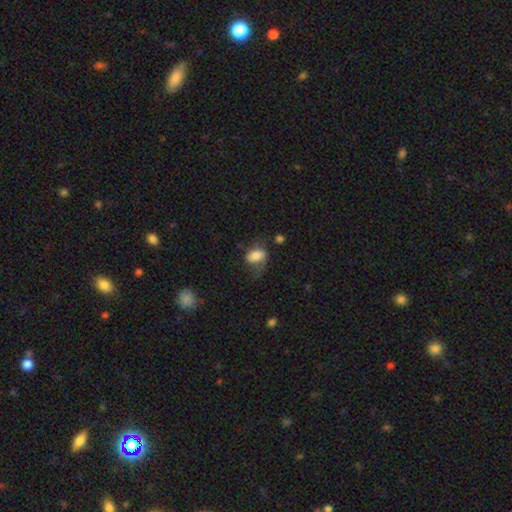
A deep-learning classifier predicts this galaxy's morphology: Smooth or featured: smooth — 66% (featured or disk — 25%)
How rounded: in between — 82% (round — 16%)
Merging: none — 42% (minor disturbance — 27%)